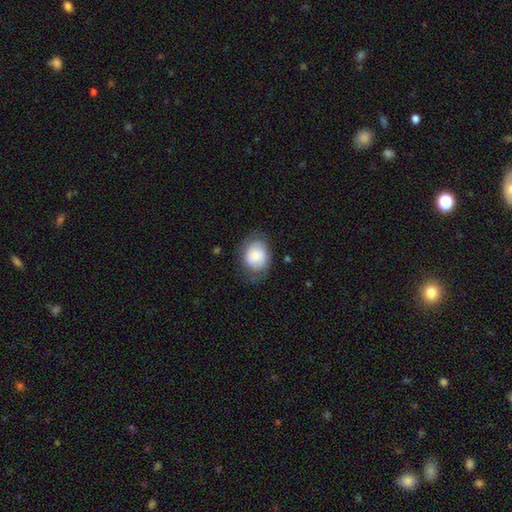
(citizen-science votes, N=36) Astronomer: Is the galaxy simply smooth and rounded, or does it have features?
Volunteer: smooth — 92%.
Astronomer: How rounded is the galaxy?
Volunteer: in between — 67%.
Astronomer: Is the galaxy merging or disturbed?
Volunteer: none — 67%.